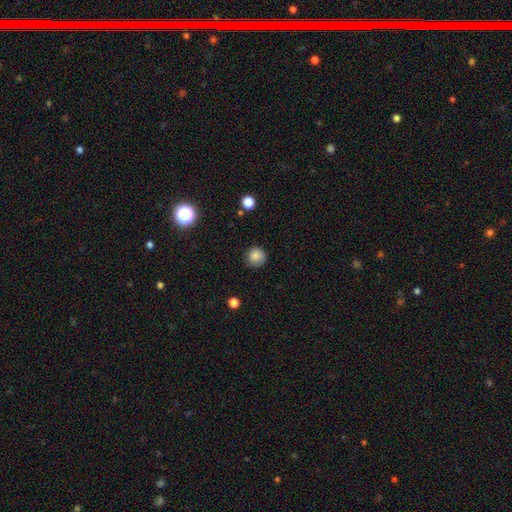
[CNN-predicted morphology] smooth 83%, star or artifact 10%, featured or disk 6%. Down the decision tree: how rounded — round (93%); merging — none (81%).